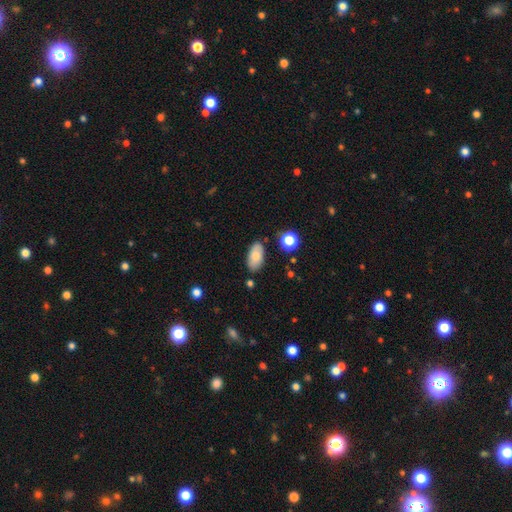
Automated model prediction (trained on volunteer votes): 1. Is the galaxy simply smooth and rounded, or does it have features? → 74% smooth, 18% featured or disk, 8% star or artifact.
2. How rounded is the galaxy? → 92% in between, 4% round, 3% cigar-shaped.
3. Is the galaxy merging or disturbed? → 81% none, 13% minor disturbance, 3% merger, 3% major disturbance.